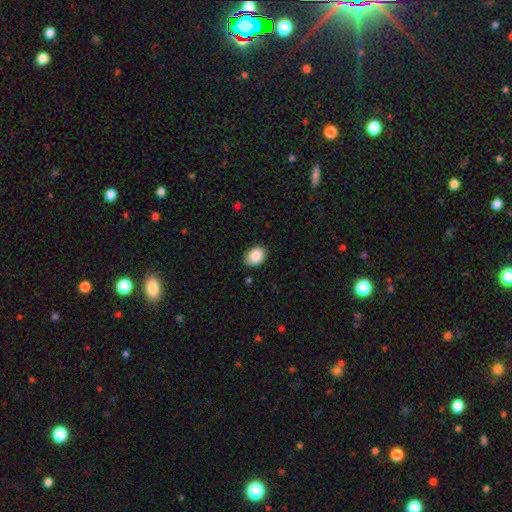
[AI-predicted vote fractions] Smooth or featured?
  - smooth: 89% *
  - star or artifact: 8%
  - featured or disk: 4%
How rounded?
  - in between: 73% *
  - round: 26%
  - cigar-shaped: 1%
Merging?
  - none: 84% *
  - minor disturbance: 12%
  - major disturbance: 2%
  - merger: 1%